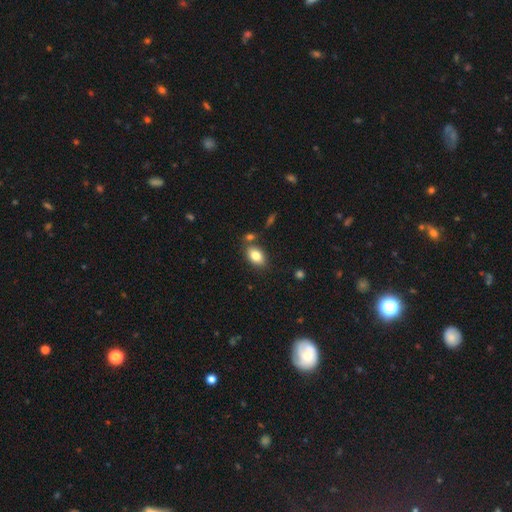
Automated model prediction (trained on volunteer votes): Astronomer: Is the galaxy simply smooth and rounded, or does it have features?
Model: smooth — 82%.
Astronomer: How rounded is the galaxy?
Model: in between — 88%.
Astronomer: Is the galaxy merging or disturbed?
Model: none — 74%.